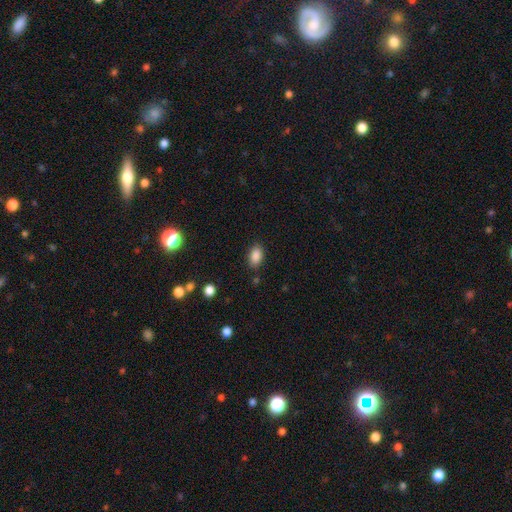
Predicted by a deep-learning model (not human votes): smooth 87%, star or artifact 9%, featured or disk 4%. Down the decision tree: how rounded — in between (89%); merging — none (84%).